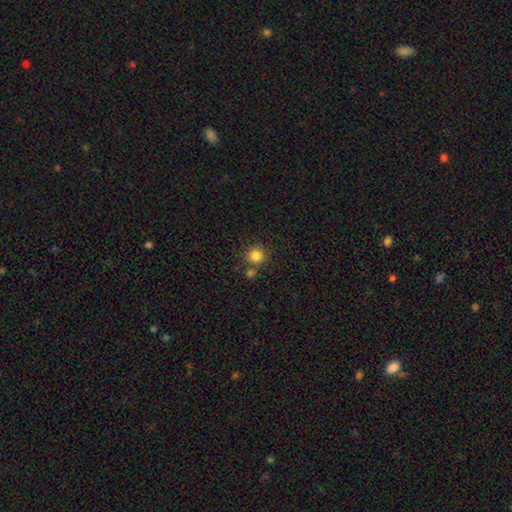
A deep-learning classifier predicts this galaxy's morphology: smooth 84%, star or artifact 12%, featured or disk 5%. Down the decision tree: how rounded — round (93%); merging — none (75%).